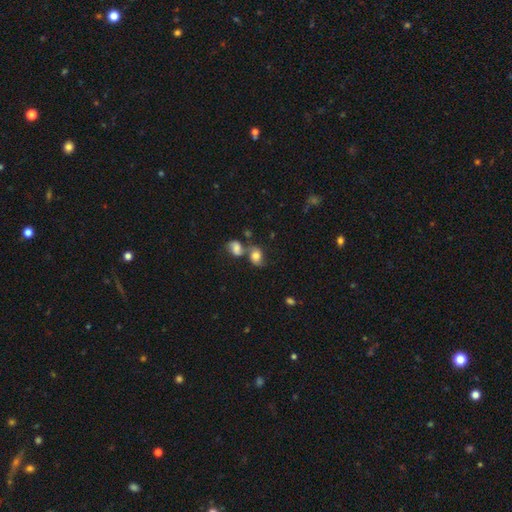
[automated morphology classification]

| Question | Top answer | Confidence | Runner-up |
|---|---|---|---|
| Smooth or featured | smooth | 70% | featured or disk (19%) |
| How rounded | in between | 56% | round (43%) |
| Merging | merger | 41% | none (37%) |